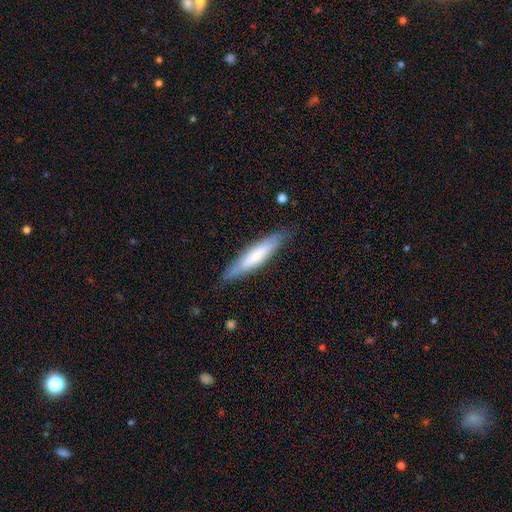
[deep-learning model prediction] The model was most divided on "smooth or featured": smooth: 61%, featured or disk: 33%, star or artifact: 6%. More confident: merging — none (84%); how rounded — cigar-shaped (83%).